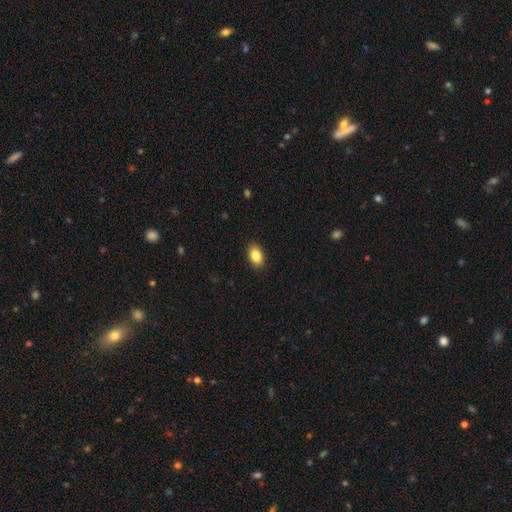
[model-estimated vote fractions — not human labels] The model was most divided on "smooth or featured": smooth: 85%, star or artifact: 8%, featured or disk: 7%. More confident: merging — none (90%); how rounded — in between (88%).